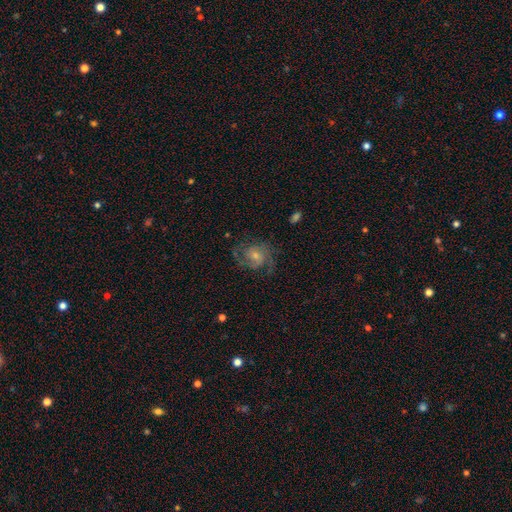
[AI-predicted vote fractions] This is clearly a featured or disk galaxy (80%). It is clearly not viewed edge-on (98%). Bar: likely no (61%). Spiral arm pattern: clearly yes (96%). Spiral arm count: possibly 2 (53%). Spiral winding: possibly medium (49%). Central bulge: possibly small (55%). Merging: likely none (74%).